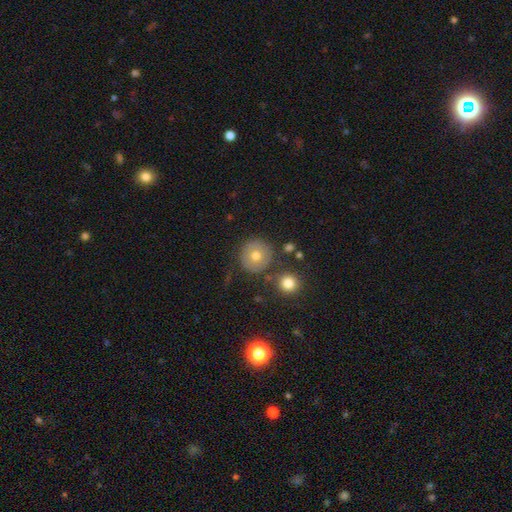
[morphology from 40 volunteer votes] Smooth or featured: smooth — 85% (featured or disk — 15%)
How rounded: round — 100%
Merging: none — 80% (minor disturbance — 10%)